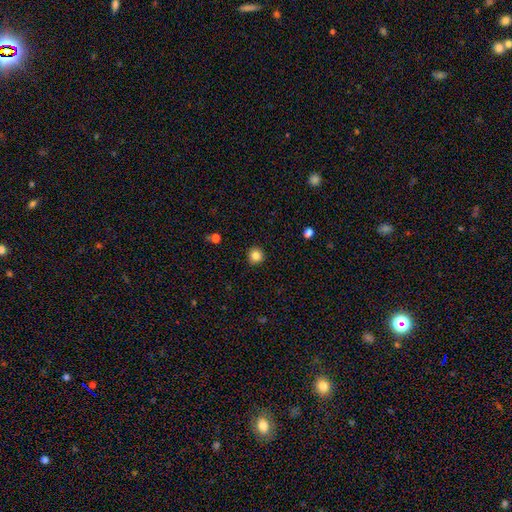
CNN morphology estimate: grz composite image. It shows a smooth galaxy with no disk features (84%) that is round (94%). Merging: none (92%).